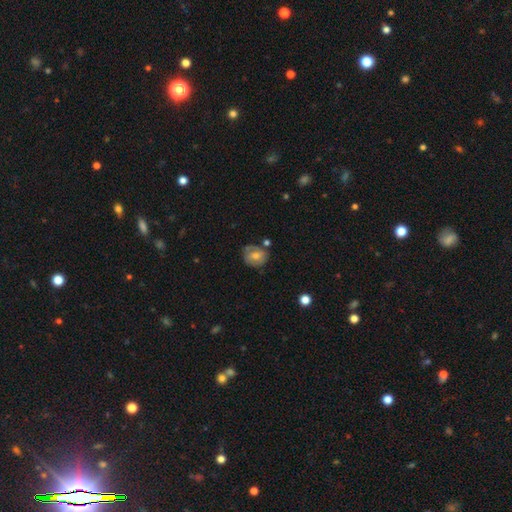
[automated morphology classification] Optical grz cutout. It shows a smooth galaxy with no disk features (53%) that is round (69%). Merging: none (69%).